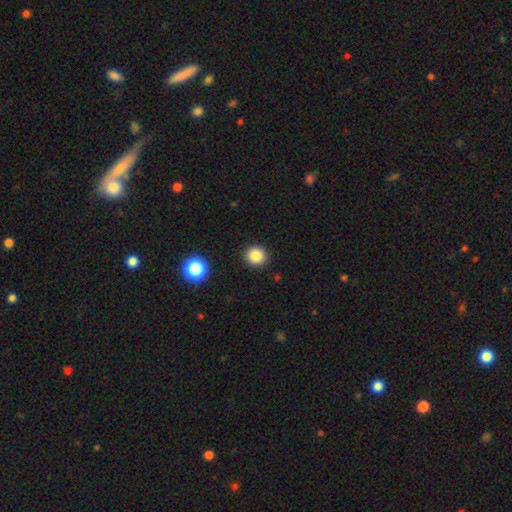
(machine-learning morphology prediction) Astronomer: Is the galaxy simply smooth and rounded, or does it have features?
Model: smooth — 84%.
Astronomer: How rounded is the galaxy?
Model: round — 92%.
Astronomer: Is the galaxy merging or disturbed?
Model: none — 92%.